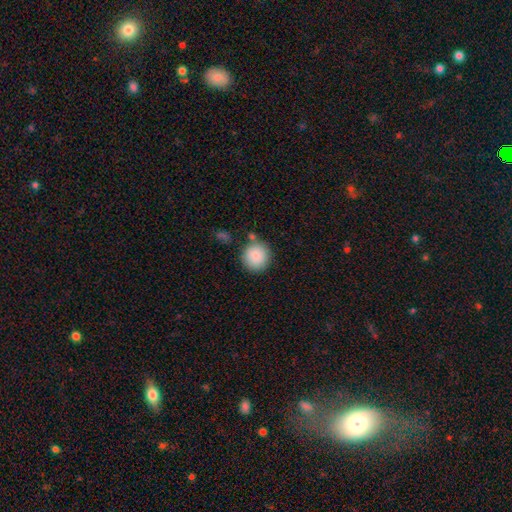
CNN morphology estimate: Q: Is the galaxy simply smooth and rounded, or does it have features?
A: smooth — 88%.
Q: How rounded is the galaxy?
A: round — 92%.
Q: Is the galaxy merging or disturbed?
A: none — 79%.